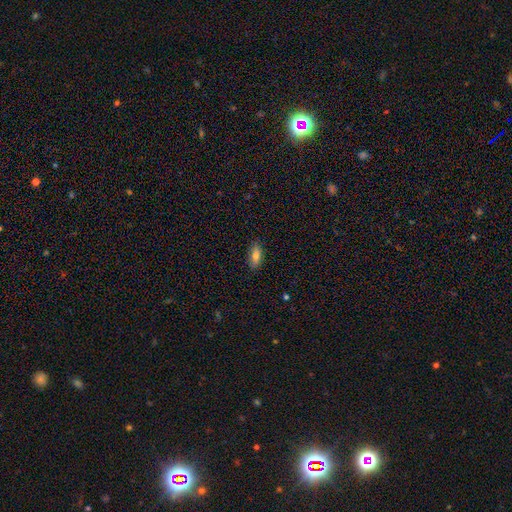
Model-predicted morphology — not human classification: This appears to be a smooth galaxy with no disk features (77%) that is in between round and cigar-shaped (78%). Merging: none (87%).